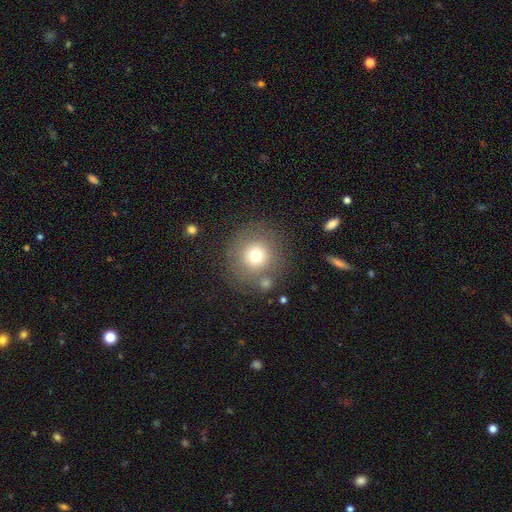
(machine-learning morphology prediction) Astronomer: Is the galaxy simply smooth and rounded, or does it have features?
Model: smooth — 71%.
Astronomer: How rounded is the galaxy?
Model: round — 93%.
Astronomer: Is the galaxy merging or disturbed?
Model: none — 77%.